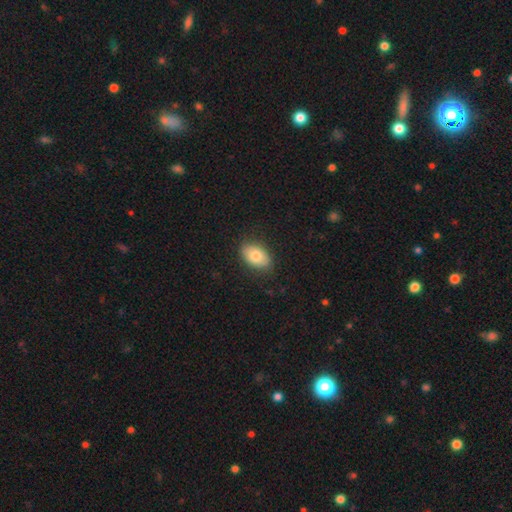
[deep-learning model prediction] Smooth or featured? Predicted: smooth (p=0.79). How rounded? Predicted: in between (p=0.90). Merging? Predicted: none (p=0.85).